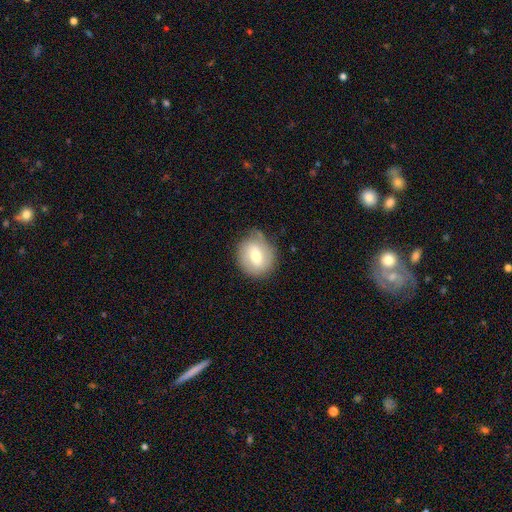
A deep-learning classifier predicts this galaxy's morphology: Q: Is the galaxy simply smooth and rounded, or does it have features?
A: smooth — 60%.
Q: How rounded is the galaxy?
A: round — 74%.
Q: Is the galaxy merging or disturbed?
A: none — 72%.